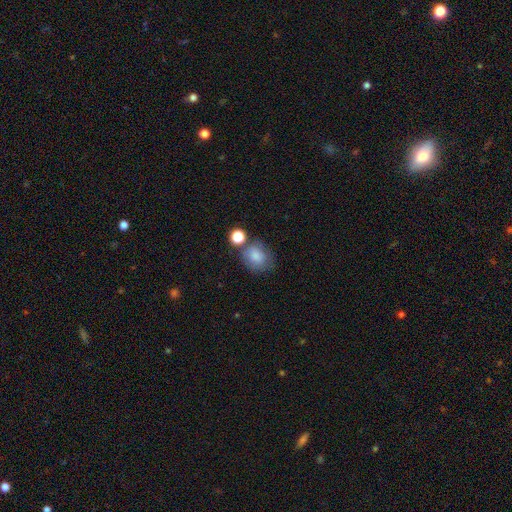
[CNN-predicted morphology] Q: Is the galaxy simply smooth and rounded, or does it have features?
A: smooth — 81%.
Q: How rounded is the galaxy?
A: round — 60%.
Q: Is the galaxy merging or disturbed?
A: none — 57%.